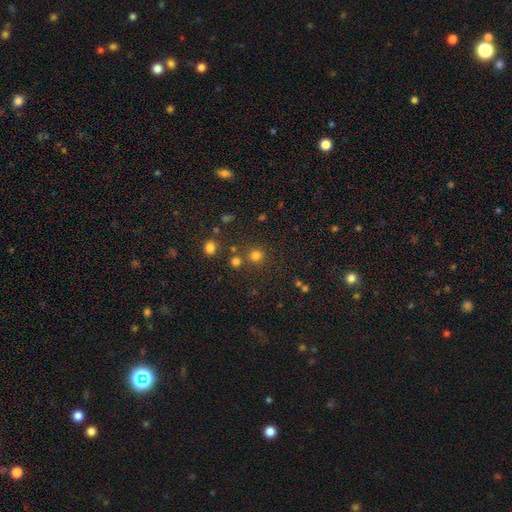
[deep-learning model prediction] Smooth or featured?
  - smooth: 73% *
  - star or artifact: 22%
  - featured or disk: 6%
How rounded?
  - round: 92% *
  - in between: 7%
  - cigar-shaped: 1%
Merging?
  - none: 78% *
  - merger: 11%
  - minor disturbance: 7%
  - major disturbance: 4%